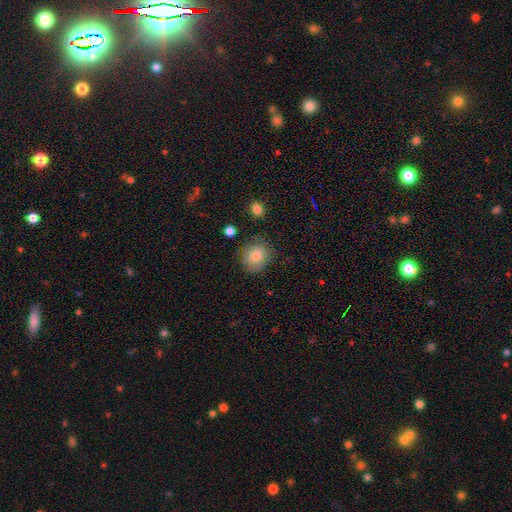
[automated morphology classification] Smooth or featured?
  - smooth: 81% *
  - featured or disk: 10%
  - star or artifact: 9%
How rounded?
  - round: 77% *
  - in between: 22%
  - cigar-shaped: 1%
Merging?
  - none: 78% *
  - minor disturbance: 16%
  - major disturbance: 4%
  - merger: 2%